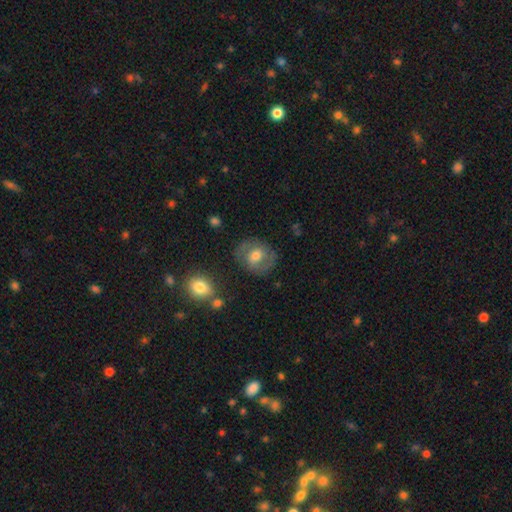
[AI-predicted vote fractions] Smooth or featured? smooth (51%)
How rounded? round (66%)
Merging? none (75%)